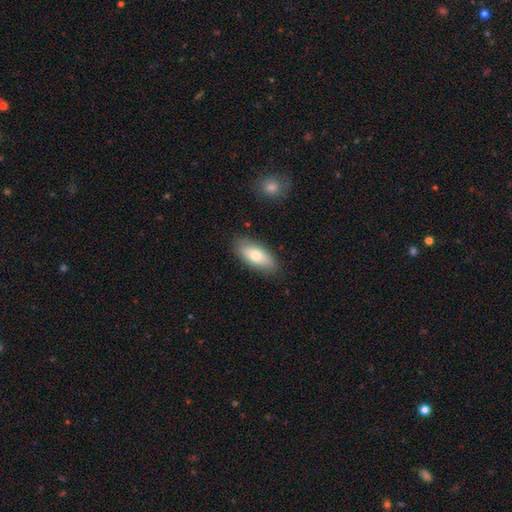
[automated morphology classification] A smooth galaxy with no disk features (73%) that is in between round and cigar-shaped (85%).

Vote fractions:
- Smooth or featured? smooth: 73% / featured or disk: 21% / star or artifact: 6%
- How rounded? in between: 85% / cigar-shaped: 12% / round: 3%
- Merging? none: 83% / minor disturbance: 13% / major disturbance: 3% / merger: 2%